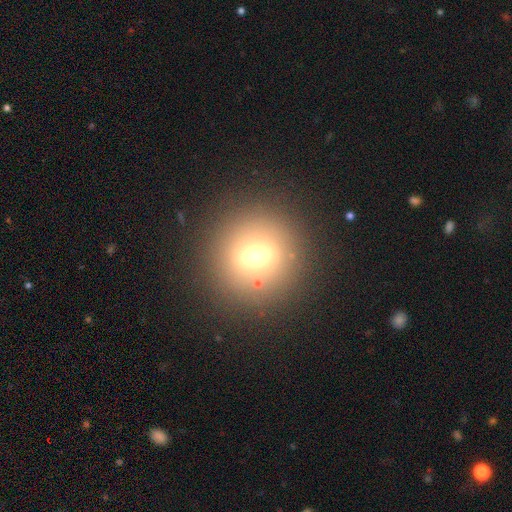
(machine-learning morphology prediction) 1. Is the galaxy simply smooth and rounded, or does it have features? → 56% smooth, 27% featured or disk, 17% star or artifact.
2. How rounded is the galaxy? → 88% round, 11% in between, 1% cigar-shaped.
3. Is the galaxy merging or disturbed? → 86% none, 8% minor disturbance, 4% major disturbance, 3% merger.